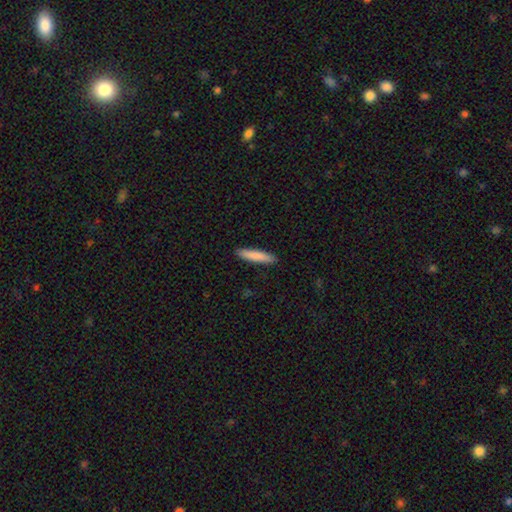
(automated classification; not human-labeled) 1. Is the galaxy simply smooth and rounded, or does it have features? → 85% smooth, 10% featured or disk, 6% star or artifact.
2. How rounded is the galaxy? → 87% cigar-shaped, 12% in between, 1% round.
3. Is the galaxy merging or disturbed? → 91% none, 7% minor disturbance, 2% major disturbance, 1% merger.